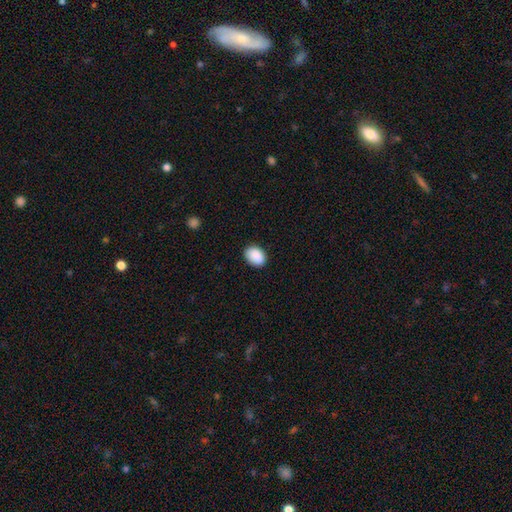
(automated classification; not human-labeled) This is clearly a smooth galaxy (90%). How rounded: likely in between (75%). Merging: clearly none (88%).